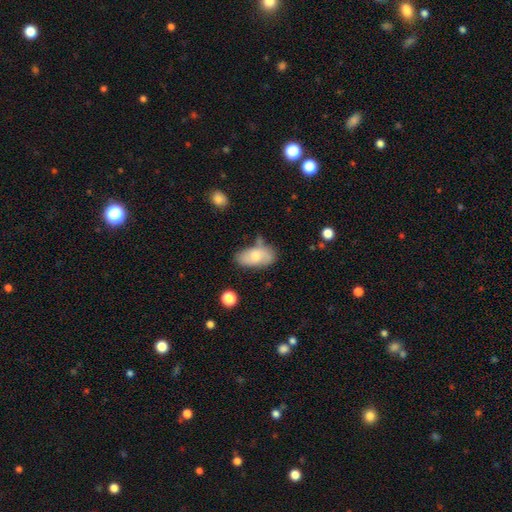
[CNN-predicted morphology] Smooth or featured? Predicted: smooth (p=0.69). How rounded? Predicted: in between (p=0.93). Merging? Predicted: none (p=0.57).